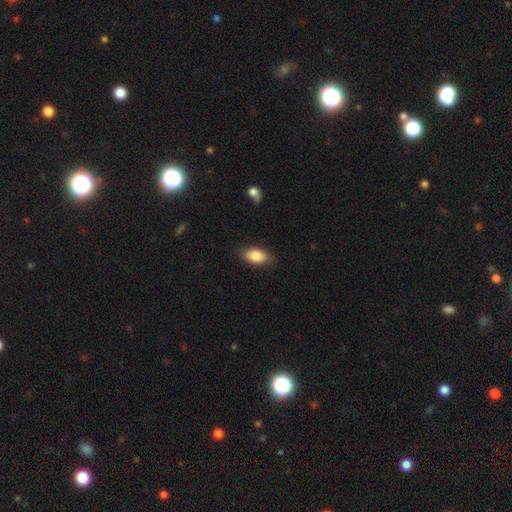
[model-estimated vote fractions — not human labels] This appears to be a smooth galaxy with no disk features (85%) that is in between round and cigar-shaped (92%). Merging: none (82%).